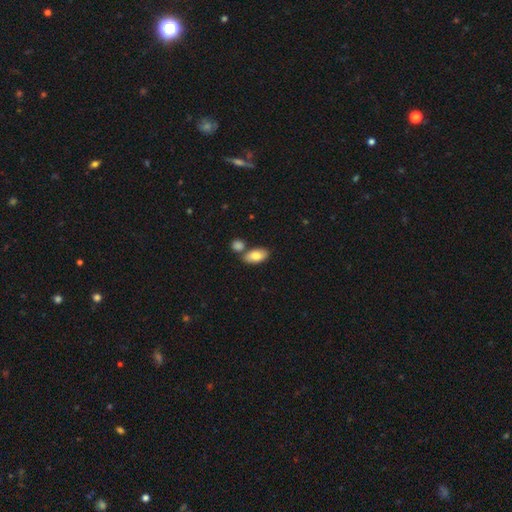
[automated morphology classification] smooth-or-featured: smooth: 80% | featured or disk: 13% | star or artifact: 6%
  how-rounded: in between: 91% | round: 5% | cigar-shaped: 4%
  merging: none: 65% | merger: 21% | minor disturbance: 11% | major disturbance: 3%